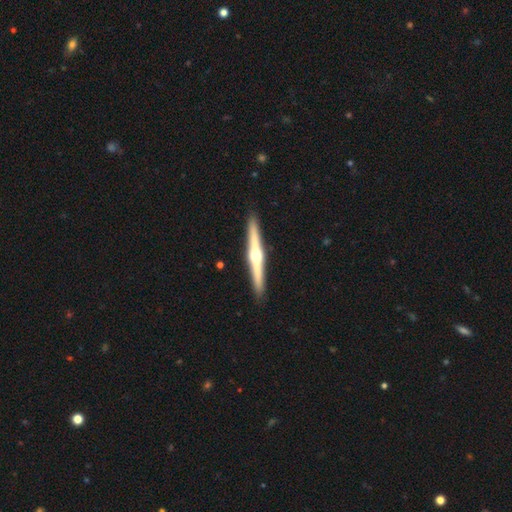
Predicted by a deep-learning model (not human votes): Overall: featured or disk (75%). Edge-on disk: yes (98%). Edge-on bulge: rounded (95%). Merging: none (92%).